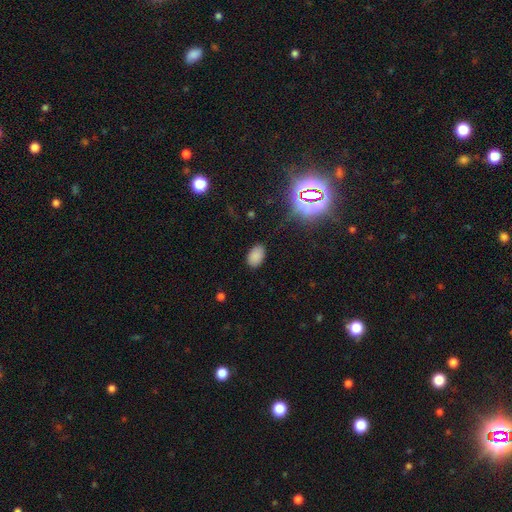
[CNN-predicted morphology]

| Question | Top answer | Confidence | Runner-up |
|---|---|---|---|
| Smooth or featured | smooth | 82% | star or artifact (14%) |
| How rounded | in between | 90% | round (8%) |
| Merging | none | 85% | minor disturbance (11%) |